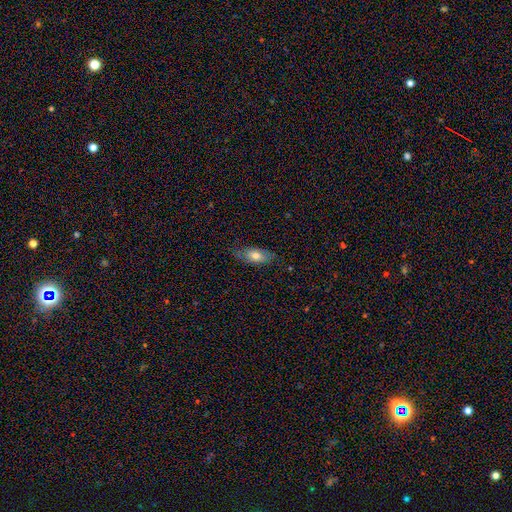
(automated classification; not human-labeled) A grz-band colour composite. It shows a smooth galaxy with no disk features (68%) that is in between round and cigar-shaped (83%). Merging: none (72%).